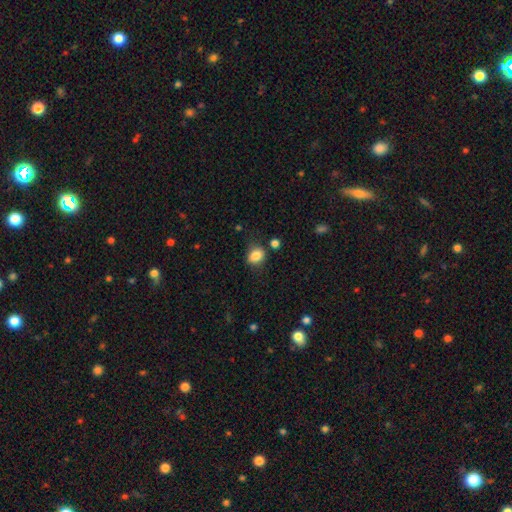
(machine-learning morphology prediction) smooth 83%, star or artifact 10%, featured or disk 7%. Down the decision tree: how rounded — round (53%); merging — none (73%).